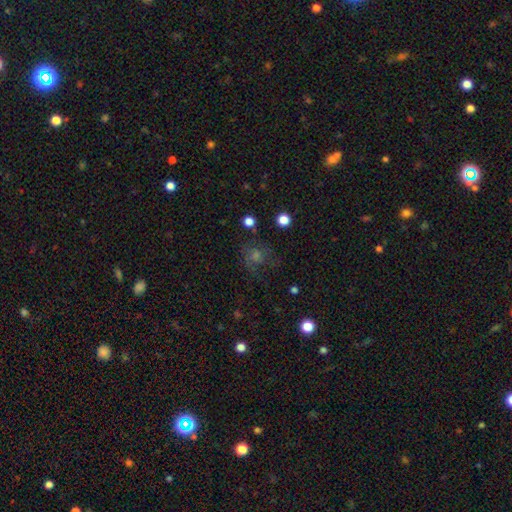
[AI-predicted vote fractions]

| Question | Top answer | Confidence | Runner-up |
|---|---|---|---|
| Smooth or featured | smooth | 38% | featured or disk (31%) |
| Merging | none | 64% | minor disturbance (18%) |